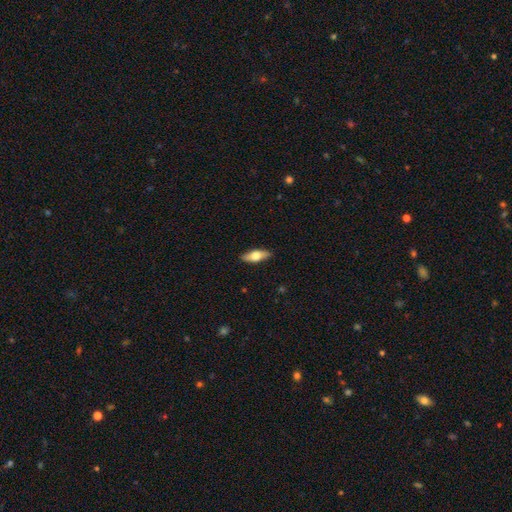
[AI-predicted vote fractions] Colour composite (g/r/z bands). It shows a smooth galaxy with no disk features (59%) that is in between round and cigar-shaped (66%). Merging: none (88%).